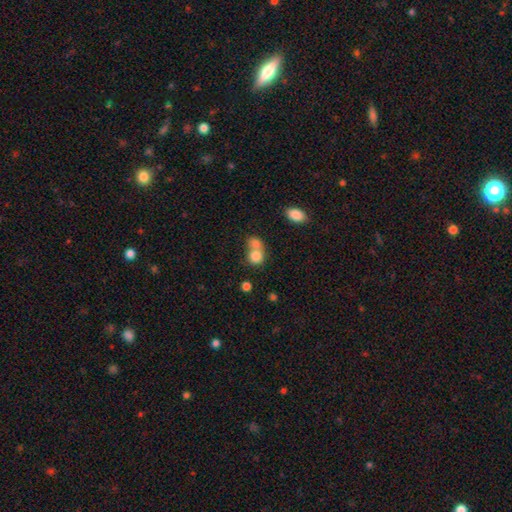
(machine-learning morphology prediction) smooth 81%, star or artifact 10%, featured or disk 9%. Down the decision tree: how rounded — round (69%); merging — merger (59%).